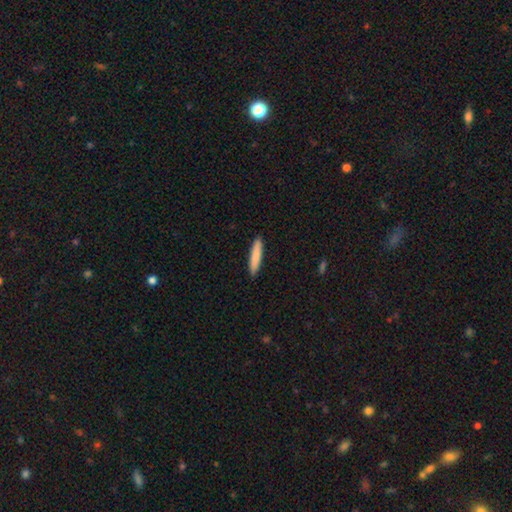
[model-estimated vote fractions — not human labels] A smooth galaxy with no disk features (85%) that is cigar-shaped (88%). Merging: none (91%).